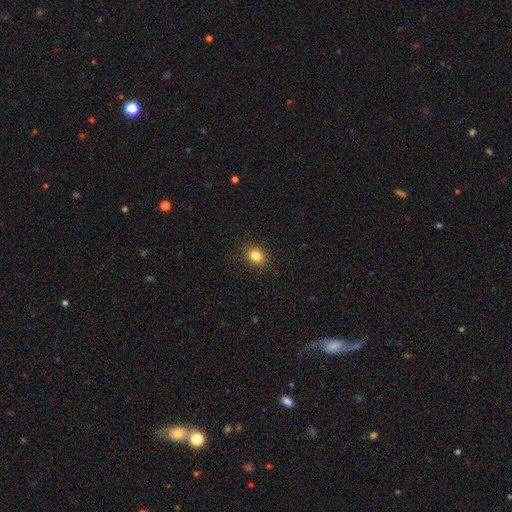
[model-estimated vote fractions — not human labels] The model was most divided on "how rounded": round: 56%, in between: 43%, cigar-shaped: 1%. More confident: merging — none (88%); smooth or featured — smooth (83%).